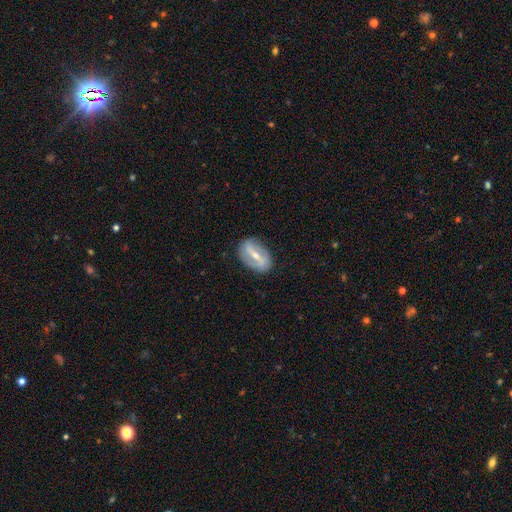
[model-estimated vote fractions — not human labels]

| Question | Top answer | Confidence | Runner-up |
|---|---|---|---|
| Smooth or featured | featured or disk | 70% | smooth (24%) |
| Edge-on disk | no | 89% | yes (11%) |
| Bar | strong | 69% | weak (23%) |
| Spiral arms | no | 51% | yes (49%) |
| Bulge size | moderate | 48% | small (47%) |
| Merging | none | 83% | minor disturbance (12%) |